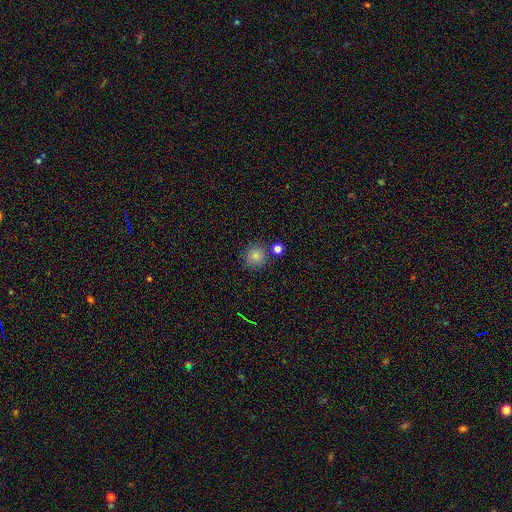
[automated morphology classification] Smooth or featured?
  - smooth: 82% *
  - star or artifact: 12%
  - featured or disk: 6%
How rounded?
  - round: 90% *
  - in between: 9%
  - cigar-shaped: 1%
Merging?
  - none: 78% *
  - minor disturbance: 10%
  - merger: 10%
  - major disturbance: 3%